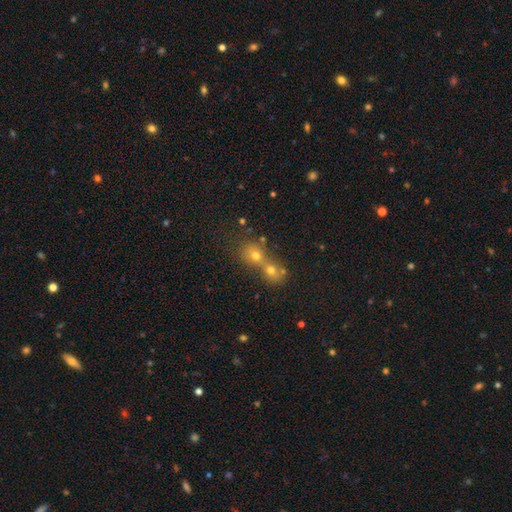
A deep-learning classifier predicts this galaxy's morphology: Smooth or featured?
  - smooth: 56% *
  - star or artifact: 28%
  - featured or disk: 16%
How rounded?
  - round: 70% *
  - in between: 26%
  - cigar-shaped: 4%
Merging?
  - merger: 58% *
  - none: 32%
  - minor disturbance: 6%
  - major disturbance: 4%